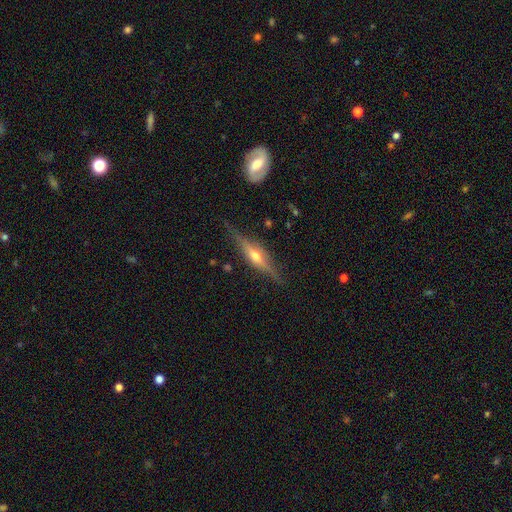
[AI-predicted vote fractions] Smooth or featured? featured or disk (78%)
Edge-on disk? yes (96%)
Edge-on bulge? rounded (89%)
Merging? none (83%)